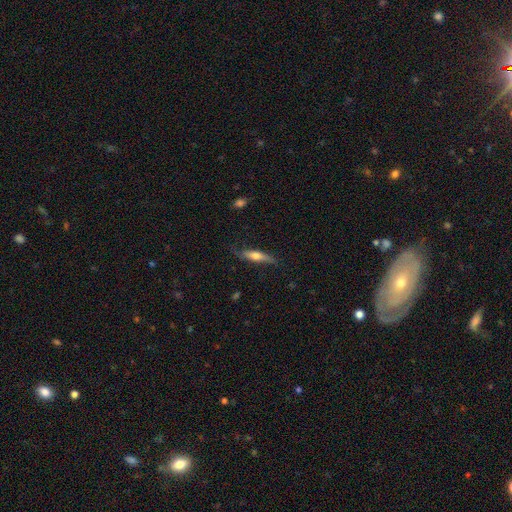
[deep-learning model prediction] smooth 49%, featured or disk 45%, star or artifact 6%. Down the decision tree: merging — none (71%).